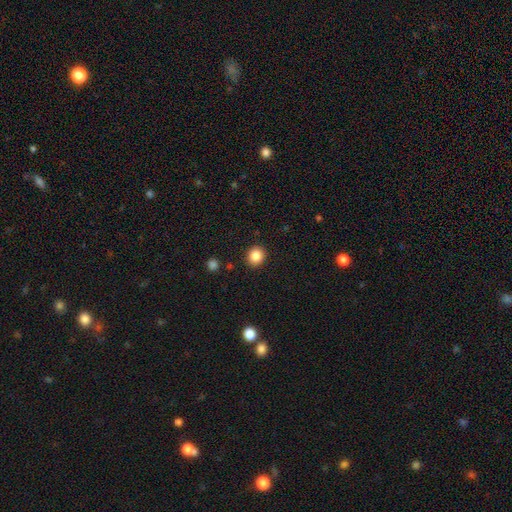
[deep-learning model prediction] Q: Smooth or featured?
A: smooth (86%); runner-up: star or artifact (10%)
Q: How rounded?
A: round (81%); runner-up: in between (18%)
Q: Merging?
A: none (91%); runner-up: minor disturbance (6%)